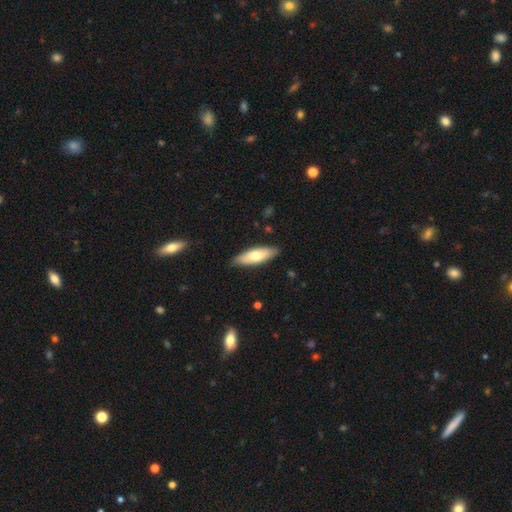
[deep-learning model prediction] This is likely a smooth galaxy (65%). How rounded: possibly in between (59%). Merging: clearly none (85%).